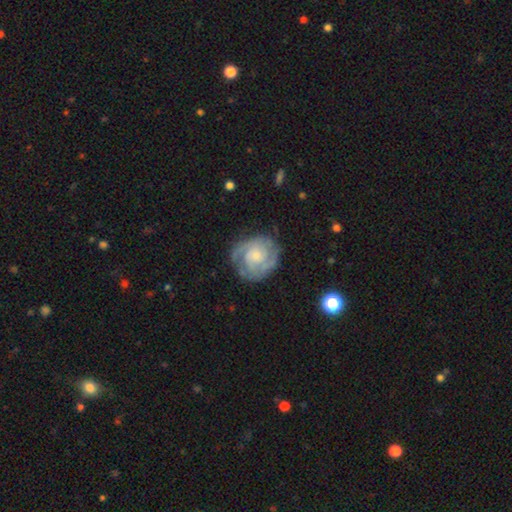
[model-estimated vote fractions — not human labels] Overall: featured or disk (84%). Edge-on disk: no (98%). Bar: no (73%). Spiral arms: yes (96%). Spiral arm count: 2 (44%; 3 22%). Spiral winding: tight (63%; medium 31%). Bulge size: small (62%; moderate 27%). Merging: none (76%).